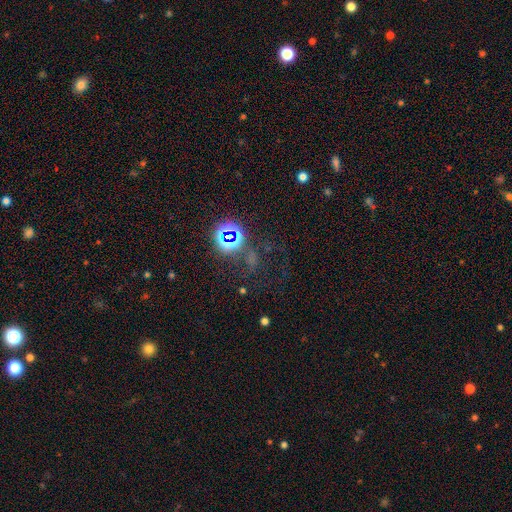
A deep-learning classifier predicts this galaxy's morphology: Smooth or featured?
  - star or artifact: 74% *
  - smooth: 15%
  - featured or disk: 11%